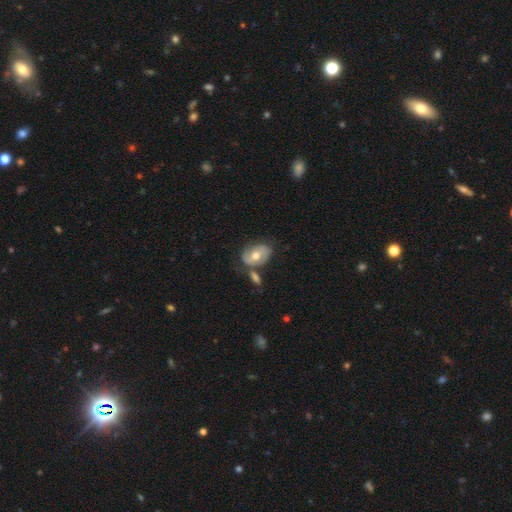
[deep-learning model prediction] Overall: featured or disk (47%; smooth 46%). Merging: none (50%; merger 22%).